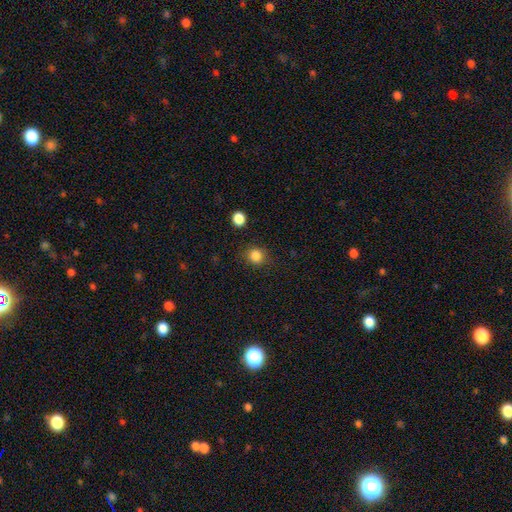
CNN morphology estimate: type=smooth (85%); roundness=round (86%); merging=none (85%).